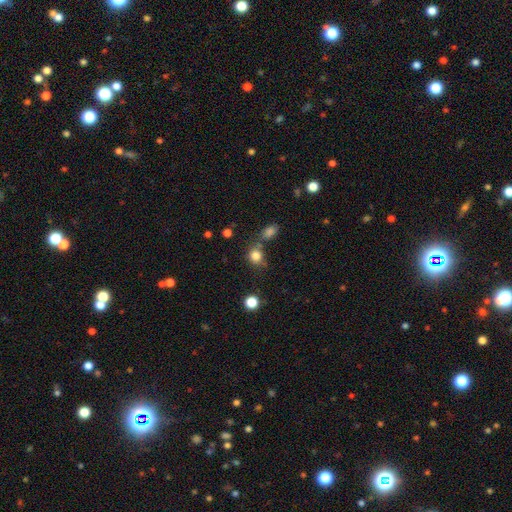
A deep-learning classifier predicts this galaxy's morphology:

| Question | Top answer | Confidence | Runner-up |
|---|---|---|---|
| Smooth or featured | smooth | 81% | star or artifact (13%) |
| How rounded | round | 77% | in between (22%) |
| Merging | none | 60% | merger (19%) |